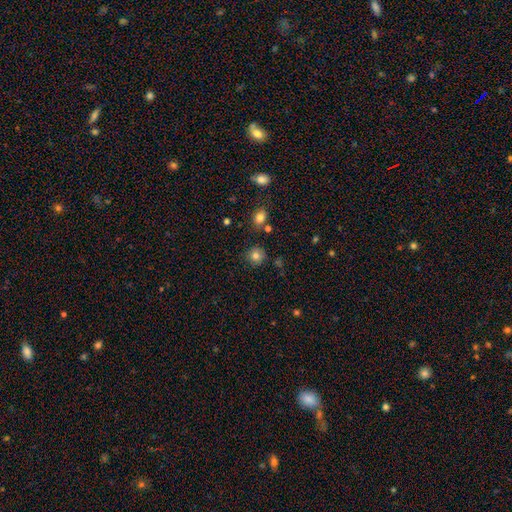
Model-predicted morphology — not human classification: smooth 81%, star or artifact 11%, featured or disk 7%. Down the decision tree: how rounded — round (90%); merging — none (84%).